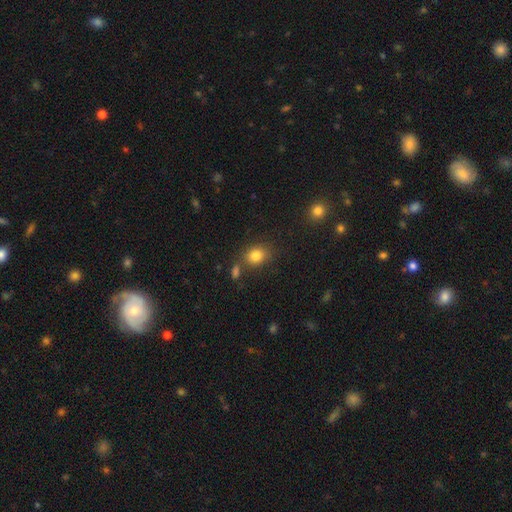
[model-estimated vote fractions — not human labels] The model was most divided on "how rounded": round: 58%, in between: 41%, cigar-shaped: 1%. More confident: smooth or featured — smooth (82%); merging — none (73%).